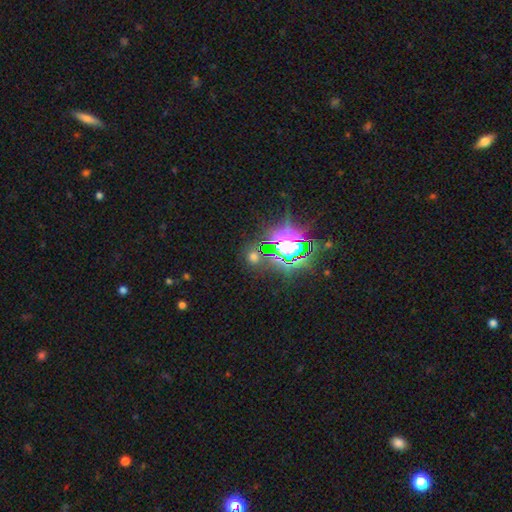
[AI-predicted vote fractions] A star or artifact, not a galaxy (75%).